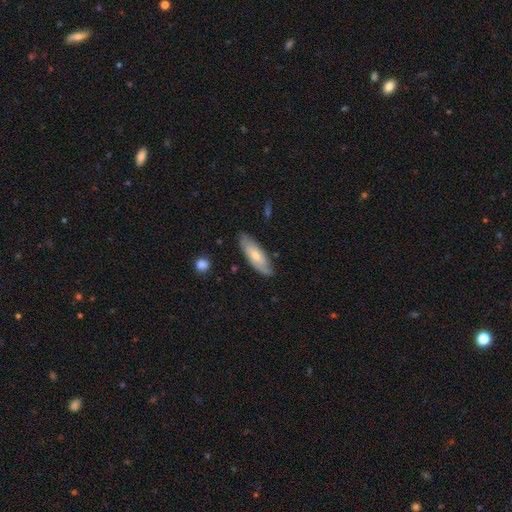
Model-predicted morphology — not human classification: smooth_or_featured: smooth (p=0.57) [alt: featured or disk p=0.38]
how_rounded: in between (p=0.60) [alt: cigar-shaped p=0.38]
merging: none (p=0.80) [alt: minor disturbance p=0.16]